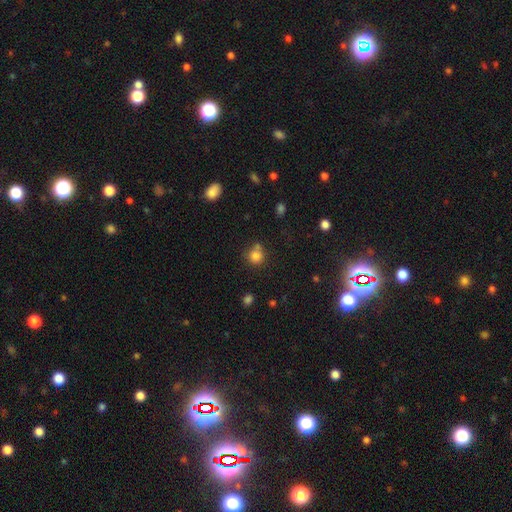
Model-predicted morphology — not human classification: type=smooth (81%); roundness=round (87%); merging=none (62%).